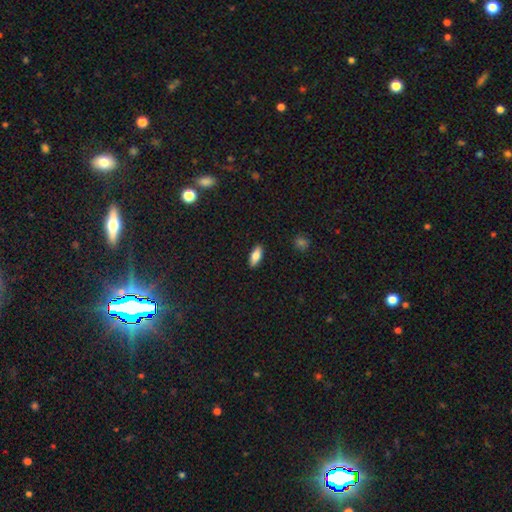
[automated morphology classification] type=smooth (79%); roundness=in between (79%); merging=none (89%).